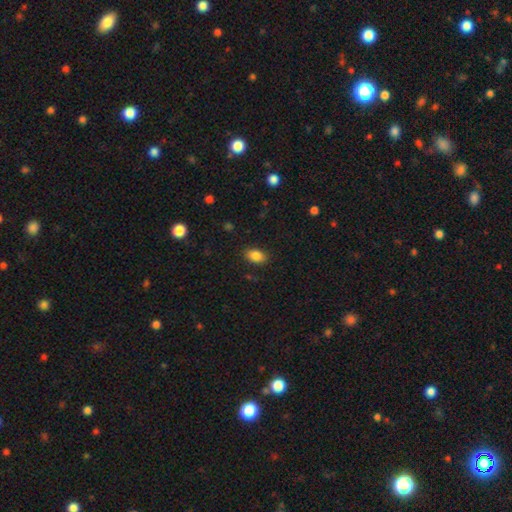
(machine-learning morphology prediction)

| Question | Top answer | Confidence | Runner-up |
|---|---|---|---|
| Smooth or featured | smooth | 86% | star or artifact (9%) |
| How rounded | in between | 87% | round (12%) |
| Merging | none | 87% | minor disturbance (9%) |